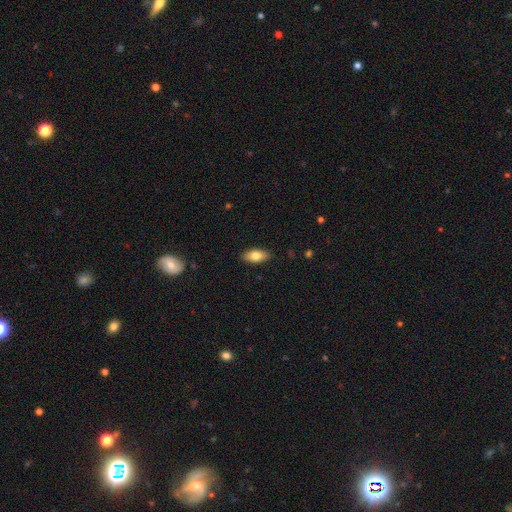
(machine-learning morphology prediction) smooth 79%, featured or disk 14%, star or artifact 7%. Down the decision tree: how rounded — in between (89%); merging — none (87%).